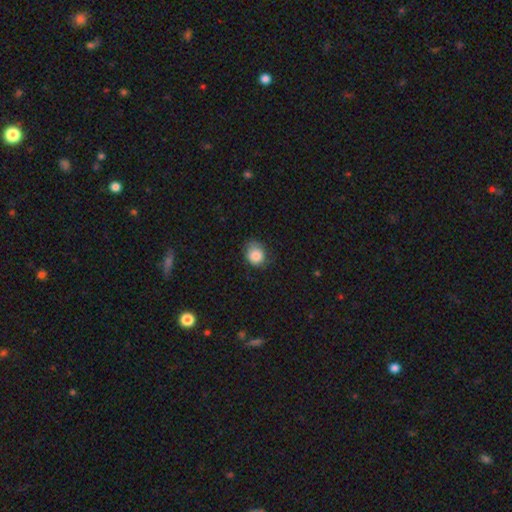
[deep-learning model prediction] smooth_or_featured: smooth (p=0.85) [alt: star or artifact p=0.08]
how_rounded: round (p=0.73) [alt: in between p=0.27]
merging: none (p=0.61) [alt: minor disturbance p=0.30]